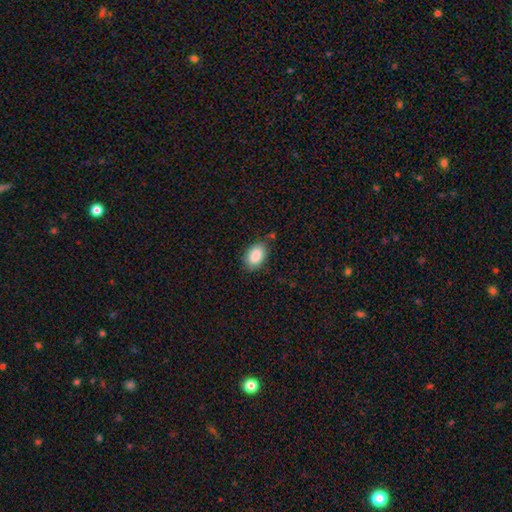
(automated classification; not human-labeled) Smooth or featured?
  - smooth: 88% *
  - star or artifact: 7%
  - featured or disk: 5%
How rounded?
  - in between: 90% *
  - round: 9%
  - cigar-shaped: 1%
Merging?
  - none: 79% *
  - minor disturbance: 15%
  - major disturbance: 3%
  - merger: 2%